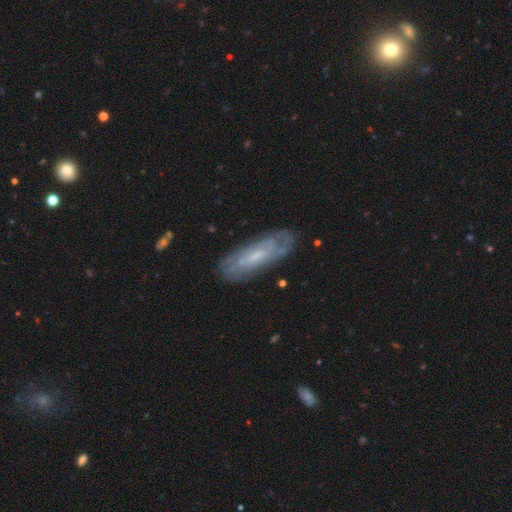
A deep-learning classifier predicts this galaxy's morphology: Q: Smooth or featured?
A: featured or disk (64%); runner-up: smooth (29%)
Q: Edge-on disk?
A: no (78%); runner-up: yes (22%)
Q: Bar?
A: no (49%); runner-up: weak (40%)
Q: Spiral arms?
A: yes (75%); runner-up: no (25%)
Q: Bulge size?
A: small (59%); runner-up: moderate (26%)
Q: Merging?
A: none (77%); runner-up: minor disturbance (16%)